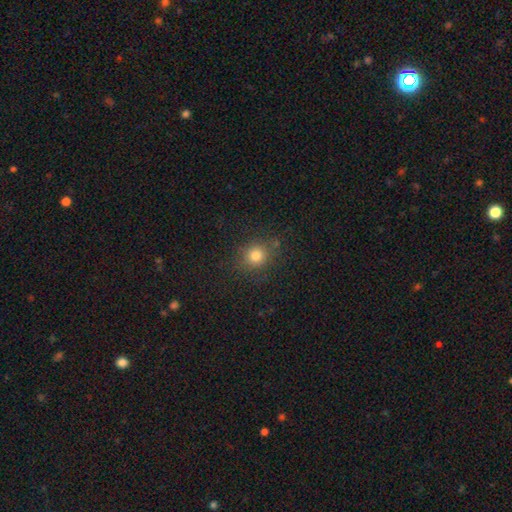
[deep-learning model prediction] This appears to be a smooth galaxy with no disk features (78%) that is round (82%). Merging: none (82%).